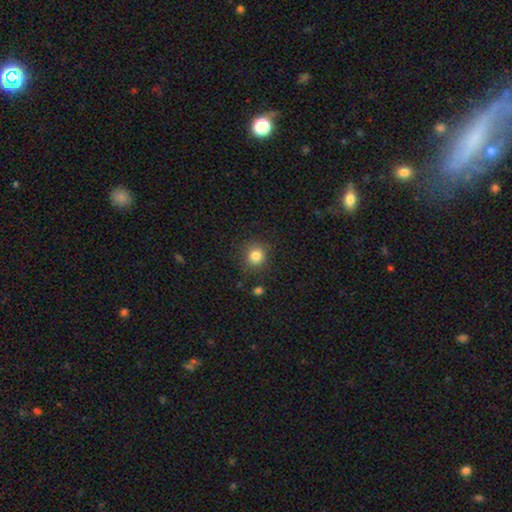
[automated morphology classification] This is clearly a smooth galaxy (82%). How rounded: clearly round (90%). Merging: clearly none (86%).